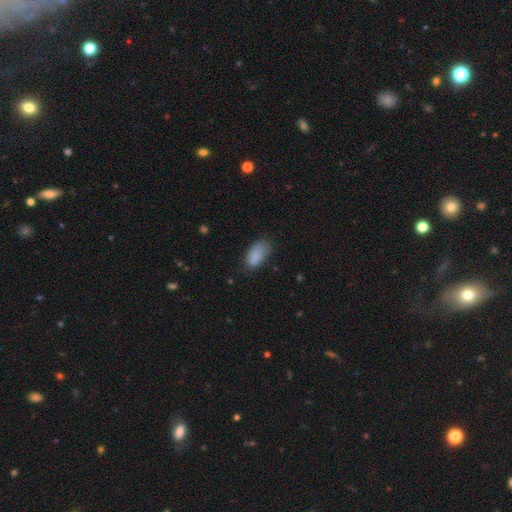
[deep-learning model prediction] Smooth or featured: smooth — 86% (star or artifact — 8%)
How rounded: in between — 93% (round — 4%)
Merging: none — 65% (minor disturbance — 27%)